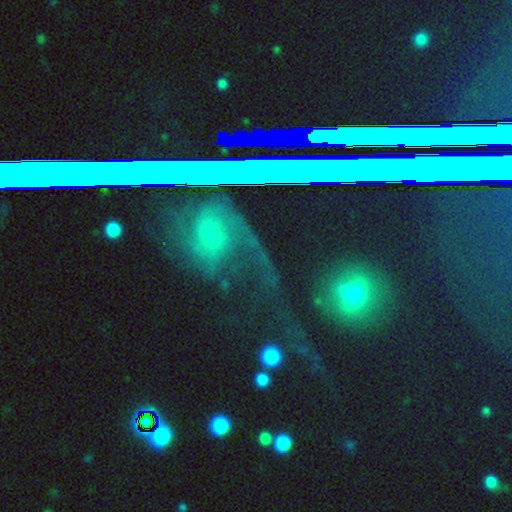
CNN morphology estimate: Q: Smooth or featured?
A: star or artifact (55%); runner-up: featured or disk (23%)